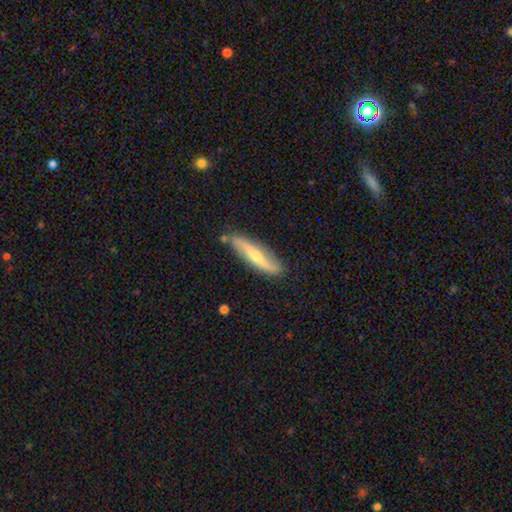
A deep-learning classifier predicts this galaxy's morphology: type=featured or disk (56%); edge-on=yes (57%); merging=none (81%).